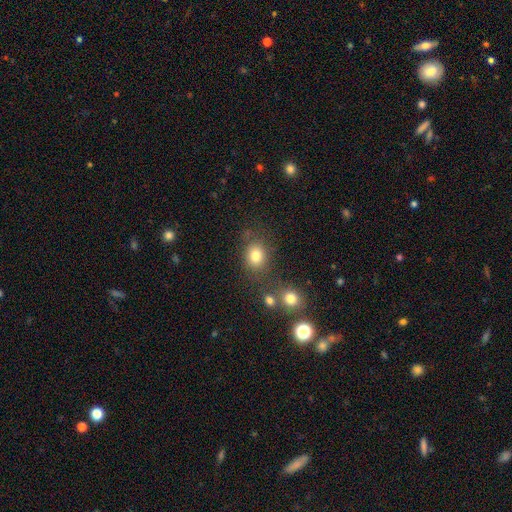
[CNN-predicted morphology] smooth 80%, star or artifact 13%, featured or disk 7%. Down the decision tree: how rounded — round (62%); merging — none (71%).